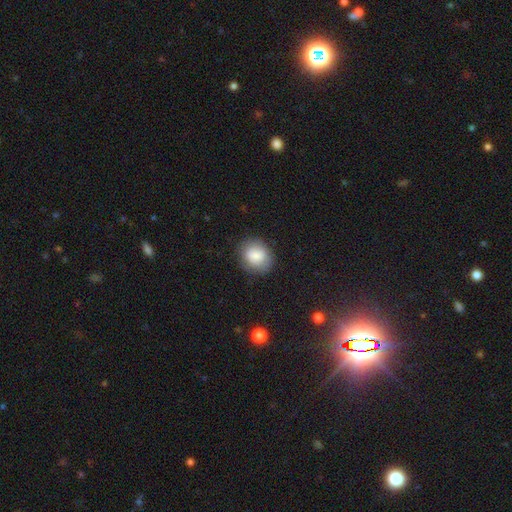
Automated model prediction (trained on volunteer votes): A smooth galaxy with no disk features (80%) that is round (65%). Merging: none (81%).